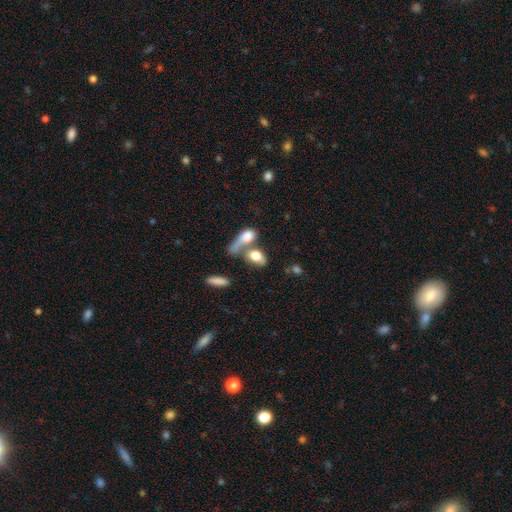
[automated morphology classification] This is likely a smooth galaxy (71%). How rounded: likely in between (77%). Merging: possibly merger (51%).